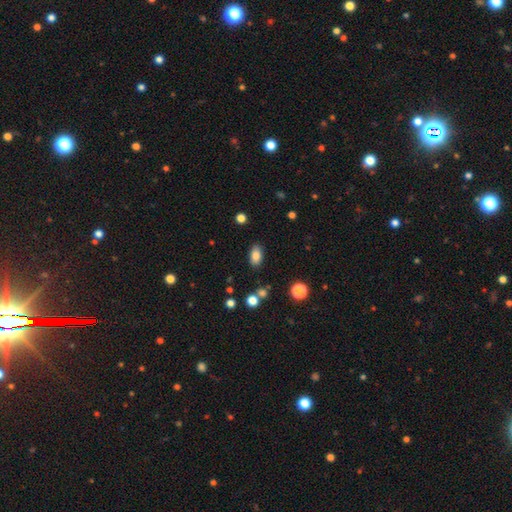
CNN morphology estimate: This is clearly a smooth galaxy (83%). How rounded: clearly in between (90%). Merging: clearly none (85%).